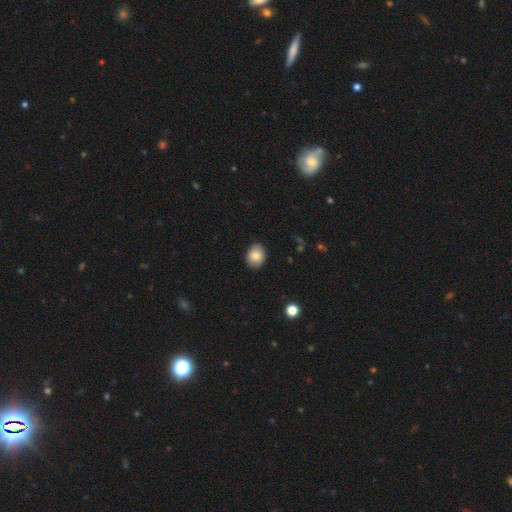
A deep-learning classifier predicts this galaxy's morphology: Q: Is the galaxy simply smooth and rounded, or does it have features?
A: smooth — 83%.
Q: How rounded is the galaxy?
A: in between — 56%.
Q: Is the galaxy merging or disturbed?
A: none — 87%.